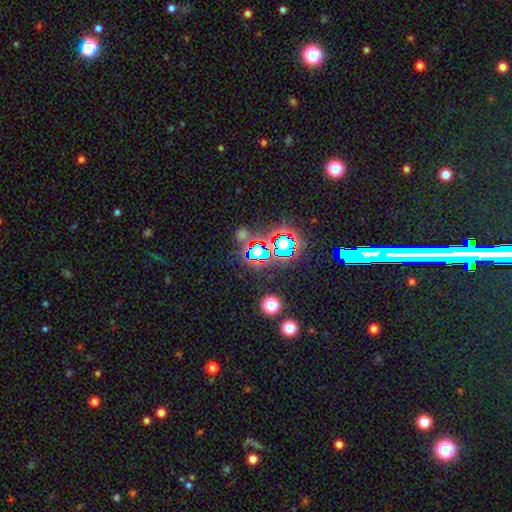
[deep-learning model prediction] This appears to be a star or artifact, not a galaxy (76%).